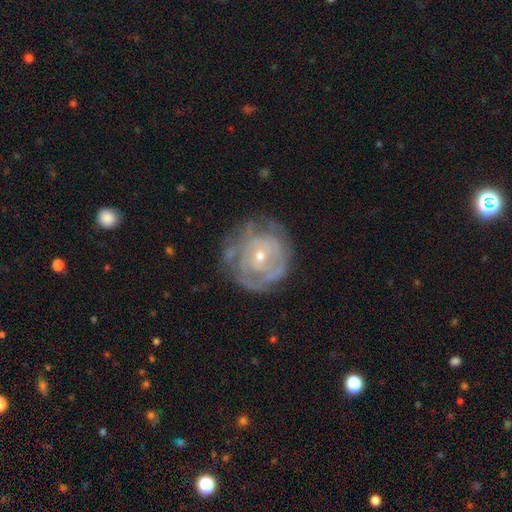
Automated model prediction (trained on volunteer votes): featured or disk 71%, smooth 20%, star or artifact 9%. Down the decision tree: edge-on disk — no (97%); bar — no (75%); spiral arms — yes (68%); bulge size — small (67%); merging — none (68%).